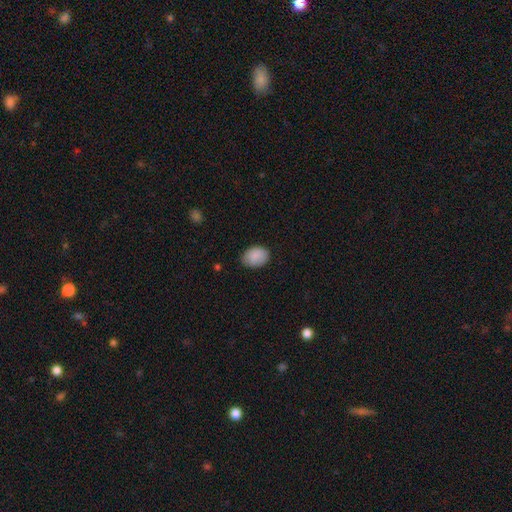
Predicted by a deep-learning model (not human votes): Morphology: type=smooth (89%); roundness=in between (74%); merging=none (79%).